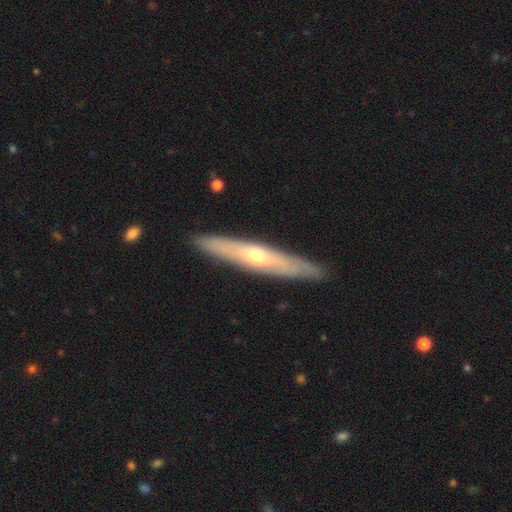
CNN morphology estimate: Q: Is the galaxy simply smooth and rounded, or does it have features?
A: featured or disk — 63%.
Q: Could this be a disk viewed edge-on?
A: yes — 85%.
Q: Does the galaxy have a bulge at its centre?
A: rounded — 80%.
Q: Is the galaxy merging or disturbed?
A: none — 90%.